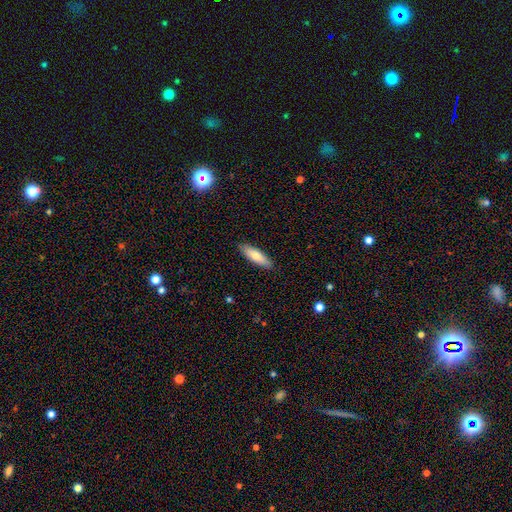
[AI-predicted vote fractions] Smooth or featured? smooth (72%)
How rounded? cigar-shaped (56%)
Merging? none (89%)